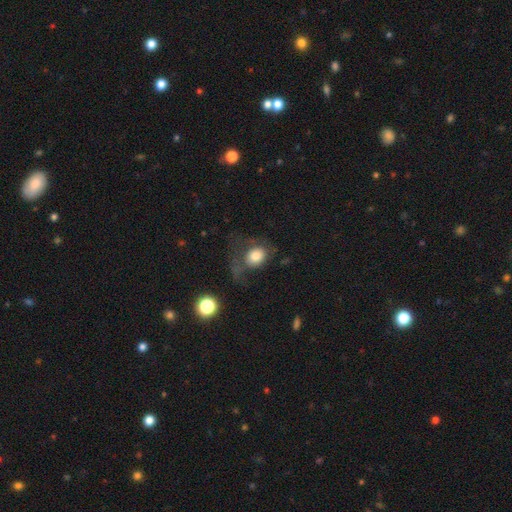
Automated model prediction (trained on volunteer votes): smooth 73%, featured or disk 17%, star or artifact 10%. Down the decision tree: how rounded — round (55%); merging — major disturbance (41%).